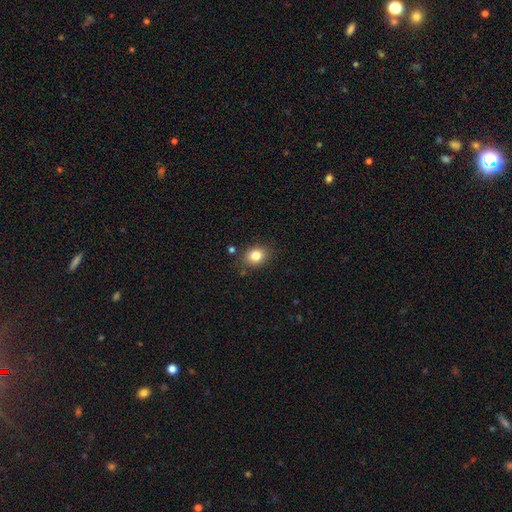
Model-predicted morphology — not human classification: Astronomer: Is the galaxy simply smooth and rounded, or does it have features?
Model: smooth — 83%.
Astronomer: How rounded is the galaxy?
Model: round — 55% (runner-up: in between, 44%).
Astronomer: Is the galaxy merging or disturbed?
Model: none — 83%.